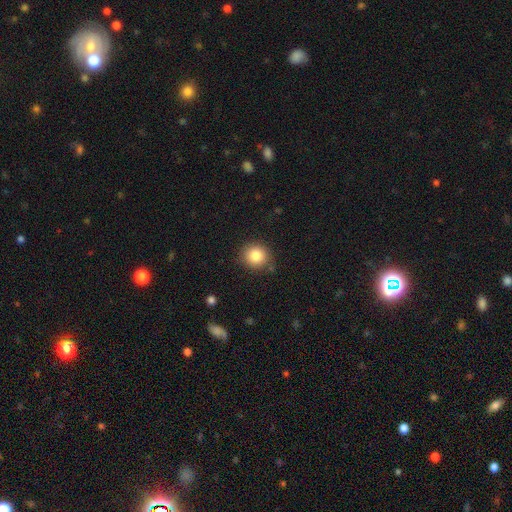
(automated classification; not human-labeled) This is clearly a smooth galaxy (84%). How rounded: clearly round (88%). Merging: clearly none (85%).